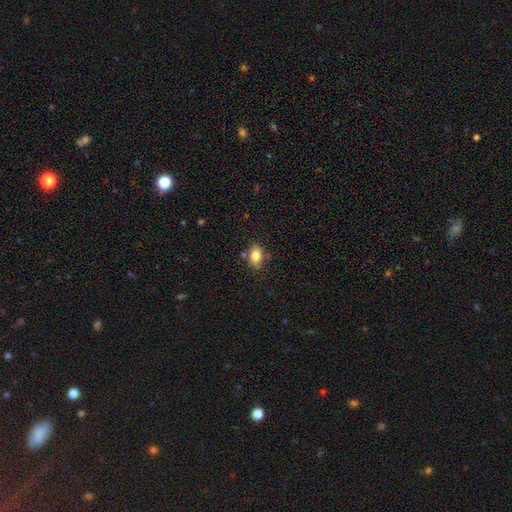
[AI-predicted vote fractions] Smooth or featured? smooth (81%)
How rounded? in between (83%)
Merging? none (74%)